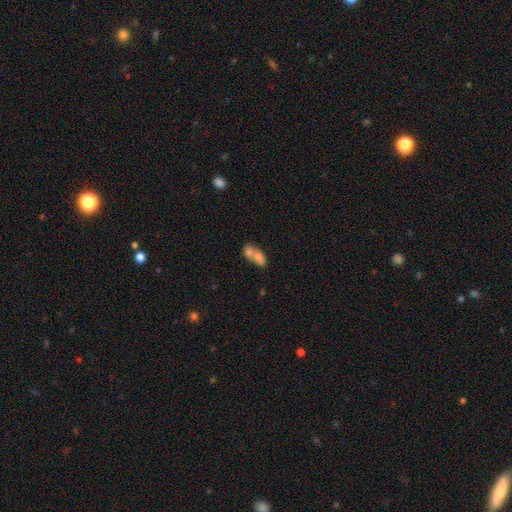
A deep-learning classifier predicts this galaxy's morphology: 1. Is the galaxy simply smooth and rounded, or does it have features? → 74% smooth, 17% featured or disk, 8% star or artifact.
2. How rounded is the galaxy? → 81% in between, 15% round, 5% cigar-shaped.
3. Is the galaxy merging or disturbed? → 72% merger, 18% none, 6% minor disturbance, 4% major disturbance.